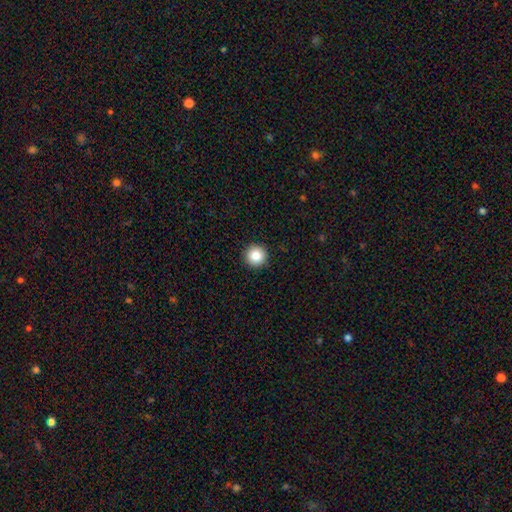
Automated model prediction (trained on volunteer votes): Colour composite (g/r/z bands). It shows a smooth galaxy with no disk features (84%) that is round (96%). Merging: none (93%).